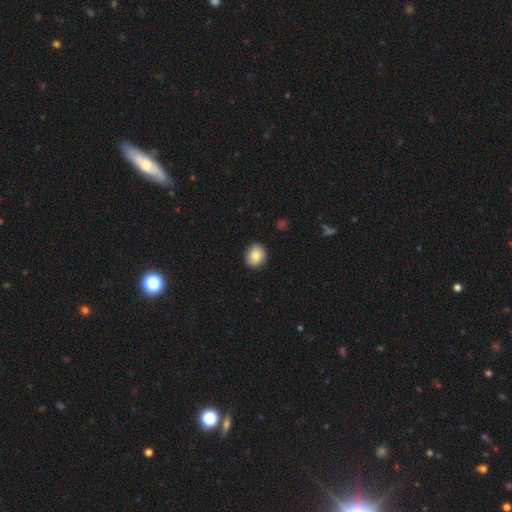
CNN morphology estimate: Smooth or featured?
  - smooth: 85% *
  - star or artifact: 8%
  - featured or disk: 7%
How rounded?
  - round: 64% *
  - in between: 35%
  - cigar-shaped: 1%
Merging?
  - none: 86% *
  - minor disturbance: 11%
  - major disturbance: 2%
  - merger: 1%